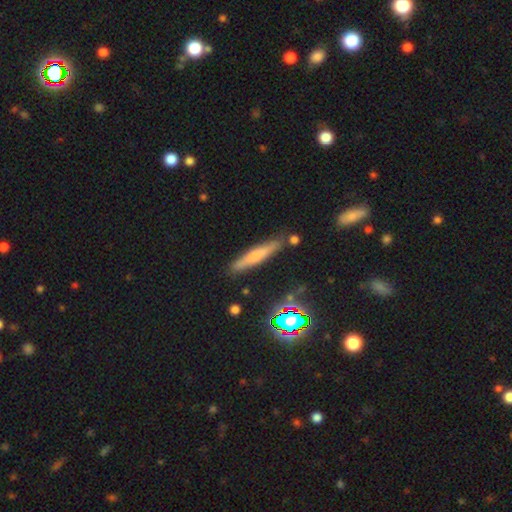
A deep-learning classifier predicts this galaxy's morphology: Smooth or featured? Predicted: smooth (p=0.58). How rounded? Predicted: cigar-shaped (p=0.90). Merging? Predicted: none (p=0.82).